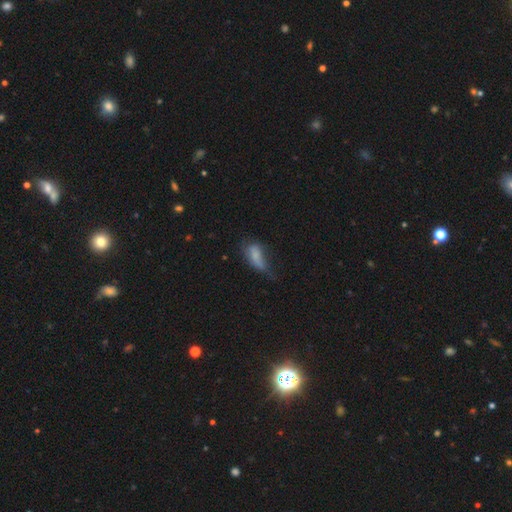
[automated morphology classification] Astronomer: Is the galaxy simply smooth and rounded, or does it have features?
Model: smooth — 68%.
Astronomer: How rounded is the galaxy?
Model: in between — 77%.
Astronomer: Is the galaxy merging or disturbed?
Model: major disturbance — 36% (runner-up: minor disturbance, 34%).